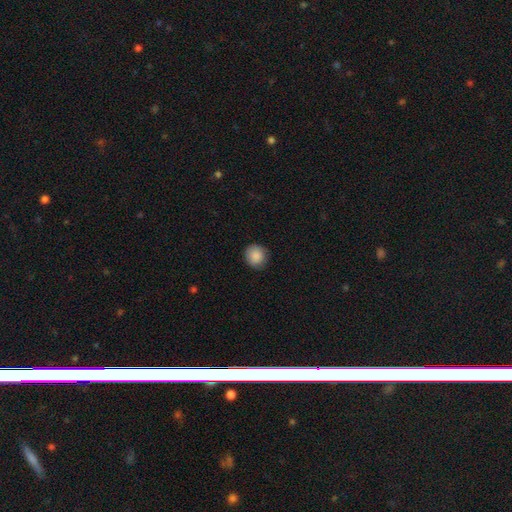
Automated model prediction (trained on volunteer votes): smooth_or_featured: smooth (p=0.89) [alt: star or artifact p=0.08]
how_rounded: round (p=0.88) [alt: in between p=0.11]
merging: none (p=0.88) [alt: minor disturbance p=0.09]